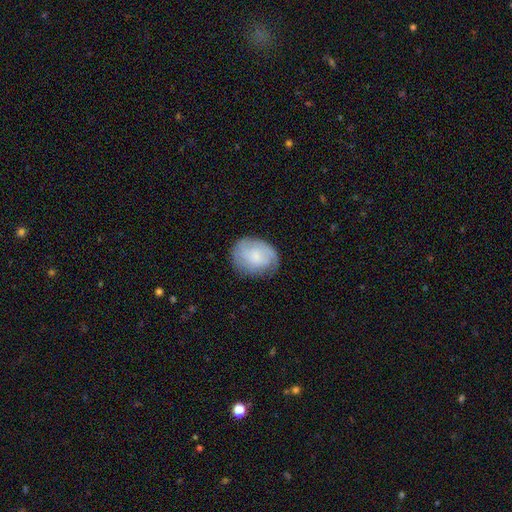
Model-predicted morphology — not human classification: smooth-or-featured: smooth: 53% | featured or disk: 40% | star or artifact: 7%
  how-rounded: in between: 54% | round: 45% | cigar-shaped: 1%
  merging: none: 70% | minor disturbance: 22% | major disturbance: 7% | merger: 1%